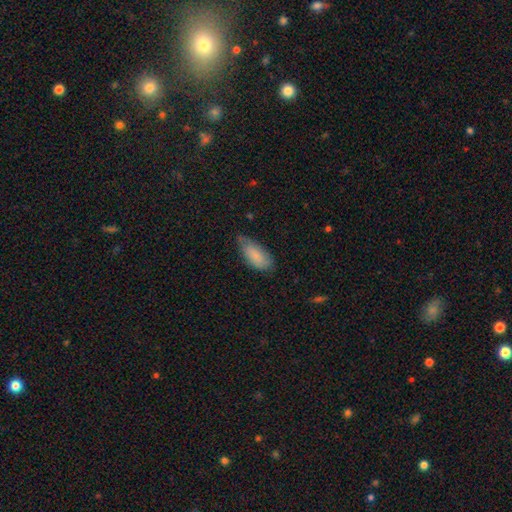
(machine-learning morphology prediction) smooth_or_featured: smooth (p=0.84) [alt: featured or disk p=0.10]
how_rounded: in between (p=0.88) [alt: cigar-shaped p=0.10]
merging: none (p=0.54) [alt: minor disturbance p=0.38]